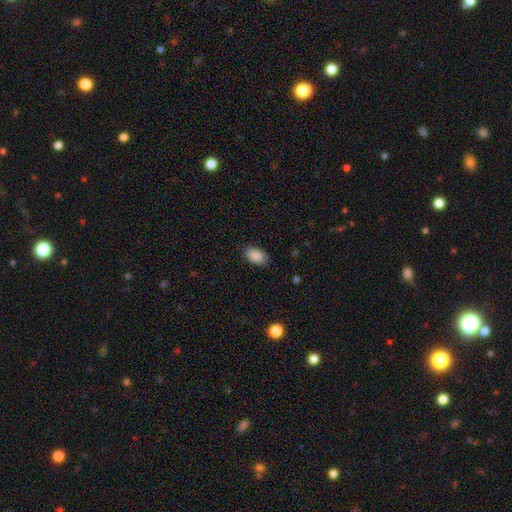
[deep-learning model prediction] Q: Smooth or featured?
A: smooth (89%); runner-up: star or artifact (7%)
Q: How rounded?
A: in between (92%); runner-up: round (6%)
Q: Merging?
A: none (86%); runner-up: minor disturbance (10%)